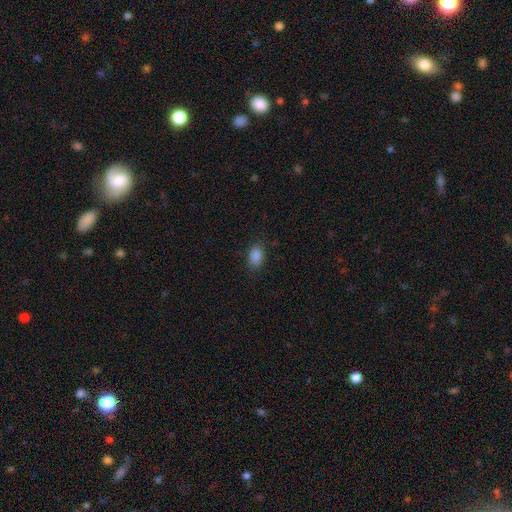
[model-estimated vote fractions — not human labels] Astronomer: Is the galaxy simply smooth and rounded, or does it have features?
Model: smooth — 87%.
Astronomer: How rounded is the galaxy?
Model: in between — 86%.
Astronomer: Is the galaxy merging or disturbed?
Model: none — 85%.